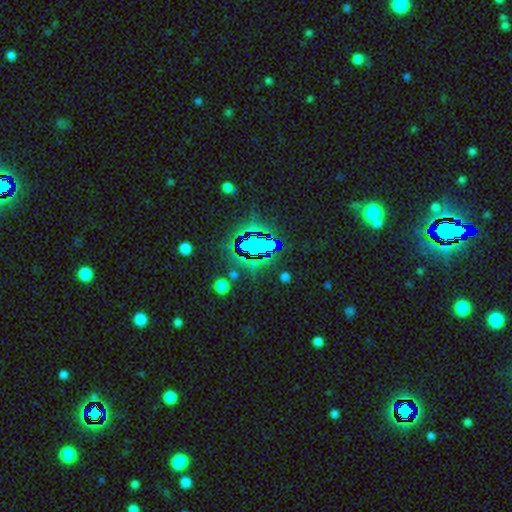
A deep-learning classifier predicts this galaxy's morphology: This appears to be a star or artifact, not a galaxy (82%).